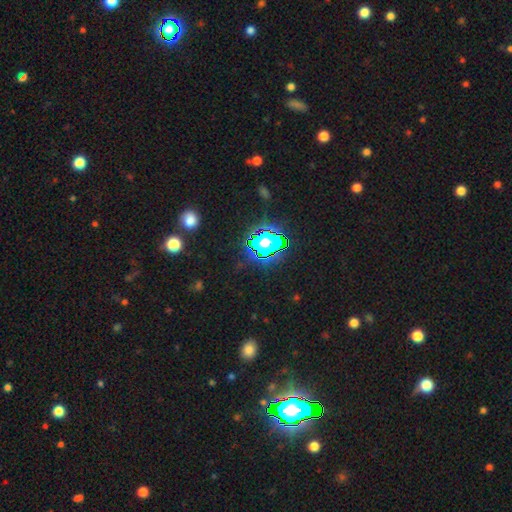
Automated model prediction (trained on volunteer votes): smooth_or_featured: star or artifact (p=0.81) [alt: smooth p=0.12]